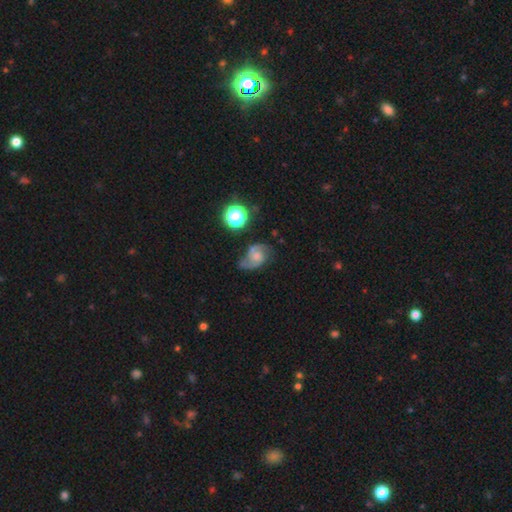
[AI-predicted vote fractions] featured or disk 74%, smooth 16%, star or artifact 10%. Down the decision tree: edge-on disk — no (98%); bar — no (60%); spiral arms — yes (95%); spiral arm count — 2 (89%); spiral winding — medium (49%); bulge size — moderate (32%); merging — none (58%).